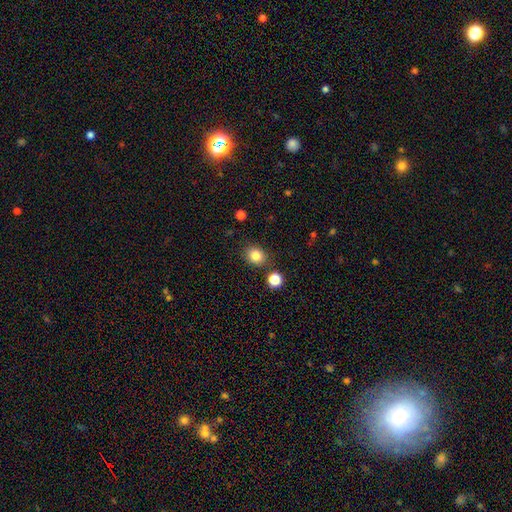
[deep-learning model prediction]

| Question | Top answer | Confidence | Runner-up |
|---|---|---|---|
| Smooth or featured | smooth | 84% | star or artifact (11%) |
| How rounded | round | 65% | in between (34%) |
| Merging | none | 83% | minor disturbance (10%) |